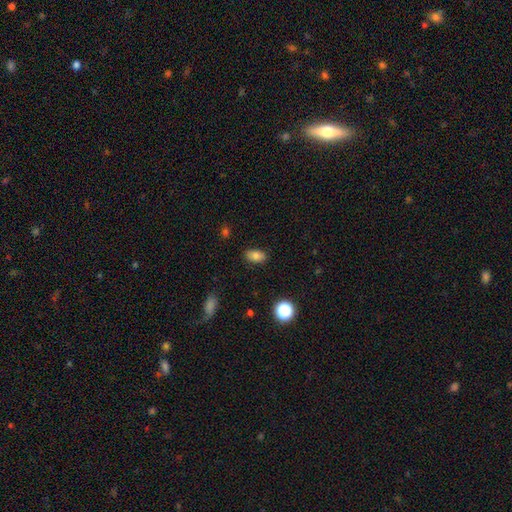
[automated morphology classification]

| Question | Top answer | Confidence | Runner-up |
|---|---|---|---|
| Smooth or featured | smooth | 80% | star or artifact (11%) |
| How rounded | in between | 89% | round (8%) |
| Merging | none | 85% | minor disturbance (11%) |